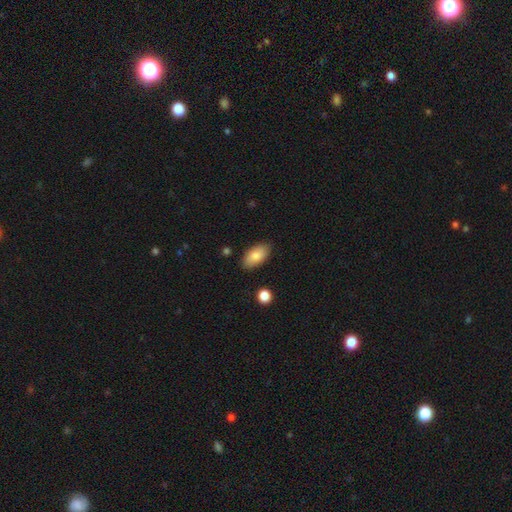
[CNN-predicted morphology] Smooth or featured? smooth (84%)
How rounded? in between (93%)
Merging? none (85%)